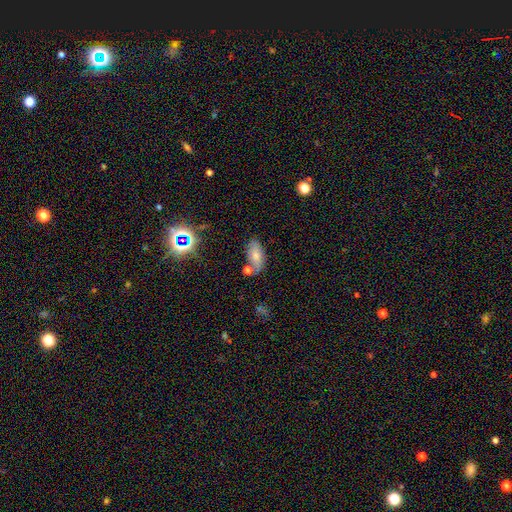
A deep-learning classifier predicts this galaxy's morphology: Q: Smooth or featured?
A: smooth (70%); runner-up: featured or disk (18%)
Q: How rounded?
A: in between (89%); runner-up: cigar-shaped (7%)
Q: Merging?
A: none (67%); runner-up: minor disturbance (17%)